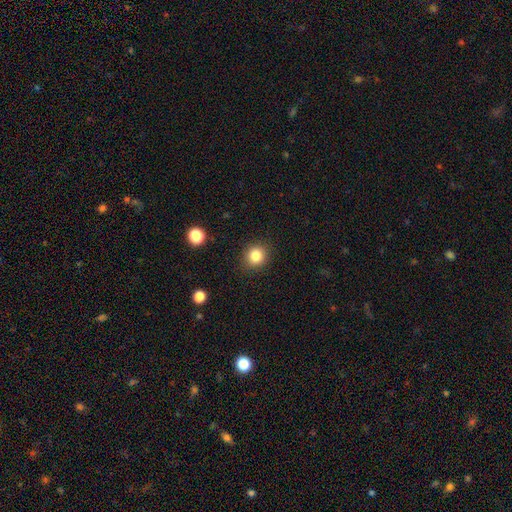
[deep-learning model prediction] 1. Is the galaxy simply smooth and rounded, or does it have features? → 83% smooth, 12% star or artifact, 5% featured or disk.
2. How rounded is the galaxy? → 83% round, 16% in between, 1% cigar-shaped.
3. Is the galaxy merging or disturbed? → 89% none, 7% minor disturbance, 2% major disturbance, 1% merger.